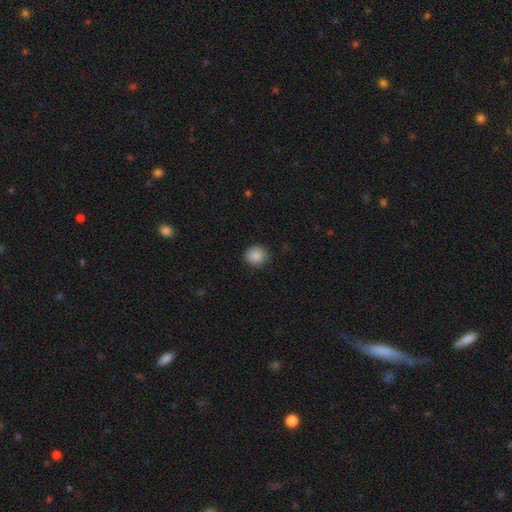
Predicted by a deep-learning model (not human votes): smooth-or-featured: smooth: 88% | star or artifact: 9% | featured or disk: 3%
  how-rounded: round: 87% | in between: 12% | cigar-shaped: 1%
  merging: none: 84% | minor disturbance: 12% | major disturbance: 3% | merger: 1%